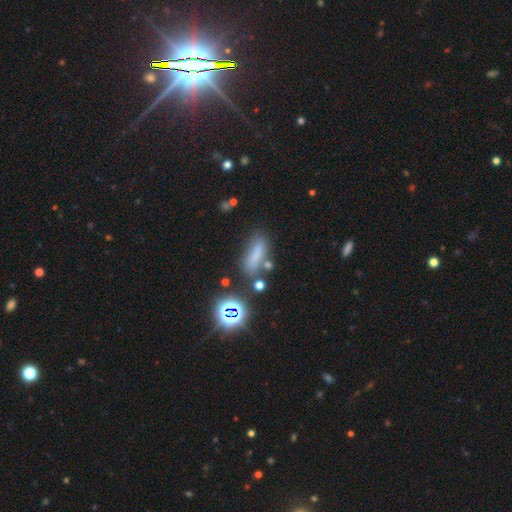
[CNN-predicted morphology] smooth_or_featured: smooth (p=0.64) [alt: star or artifact p=0.21]
how_rounded: in between (p=0.57) [alt: cigar-shaped p=0.35]
merging: none (p=0.57) [alt: minor disturbance p=0.20]